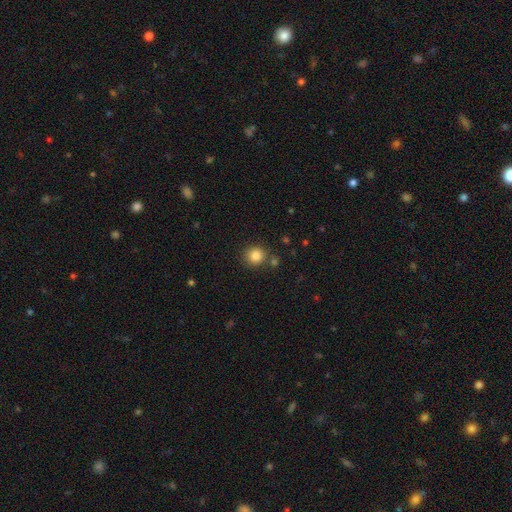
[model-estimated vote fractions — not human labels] A smooth galaxy with no disk features (85%) that is round (90%).

Vote fractions:
- Smooth or featured? smooth: 85% / star or artifact: 11% / featured or disk: 4%
- How rounded? round: 90% / in between: 9% / cigar-shaped: 1%
- Merging? none: 82% / minor disturbance: 8% / merger: 7% / major disturbance: 3%